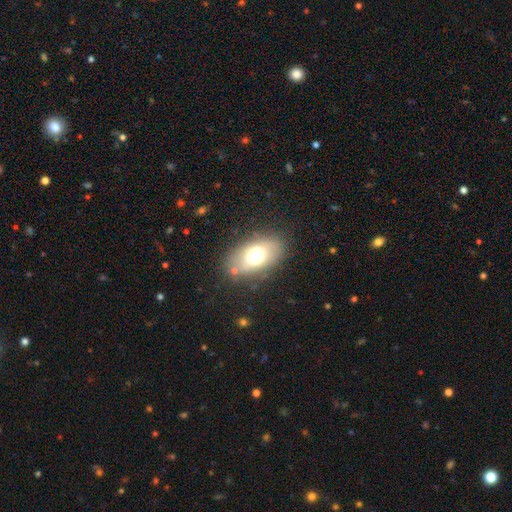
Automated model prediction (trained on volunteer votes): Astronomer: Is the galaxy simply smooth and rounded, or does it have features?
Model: smooth — 64%.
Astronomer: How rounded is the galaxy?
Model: in between — 89%.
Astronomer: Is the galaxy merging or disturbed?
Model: none — 77%.